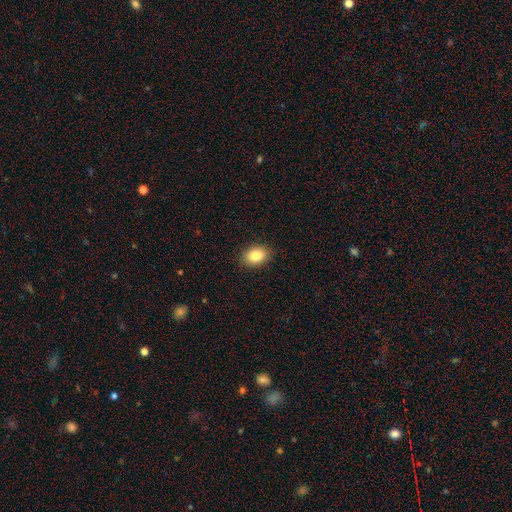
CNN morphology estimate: Q: Smooth or featured?
A: smooth (86%); runner-up: star or artifact (8%)
Q: How rounded?
A: in between (82%); runner-up: round (16%)
Q: Merging?
A: none (88%); runner-up: minor disturbance (9%)